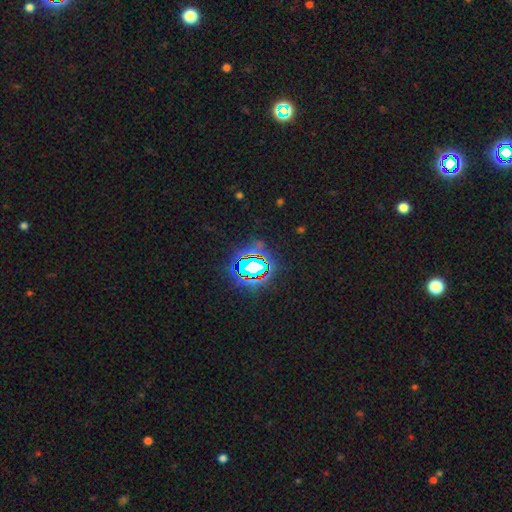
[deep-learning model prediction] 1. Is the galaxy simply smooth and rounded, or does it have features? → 81% star or artifact, 12% smooth, 7% featured or disk.